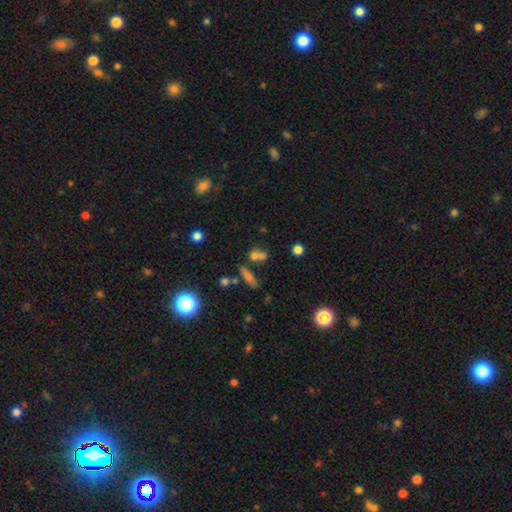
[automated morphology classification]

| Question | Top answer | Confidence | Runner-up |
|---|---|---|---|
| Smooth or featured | smooth | 64% | star or artifact (19%) |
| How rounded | round | 47% | in between (38%) |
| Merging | none | 42% | tied: merger (42%) |